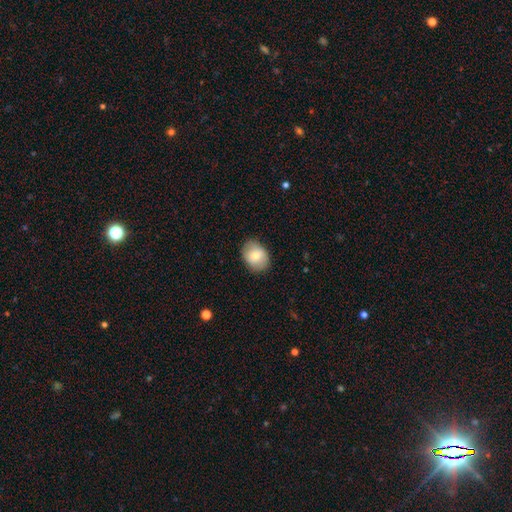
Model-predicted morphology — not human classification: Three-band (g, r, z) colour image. It shows a smooth galaxy with no disk features (76%) that is in between round and cigar-shaped (63%). Merging: none (83%).